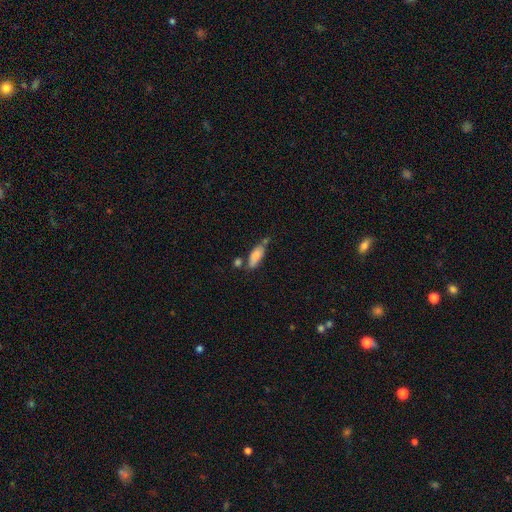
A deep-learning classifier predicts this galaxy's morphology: smooth 80%, featured or disk 13%, star or artifact 7%. Down the decision tree: how rounded — in between (72%); merging — none (51%).